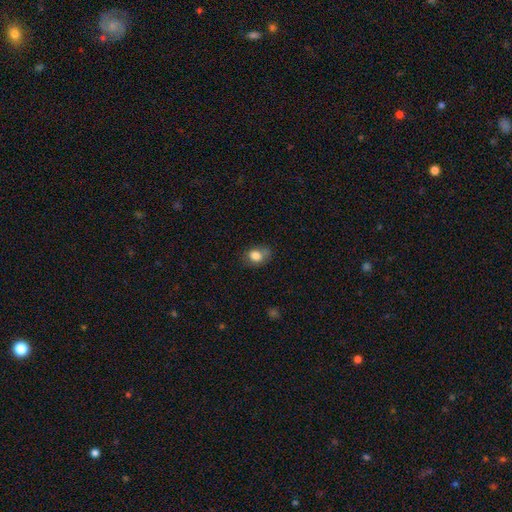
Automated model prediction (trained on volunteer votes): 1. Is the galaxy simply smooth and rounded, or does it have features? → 81% smooth, 10% star or artifact, 9% featured or disk.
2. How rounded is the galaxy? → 57% in between, 42% round, 1% cigar-shaped.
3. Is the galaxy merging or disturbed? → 56% none, 30% minor disturbance, 10% major disturbance, 5% merger.